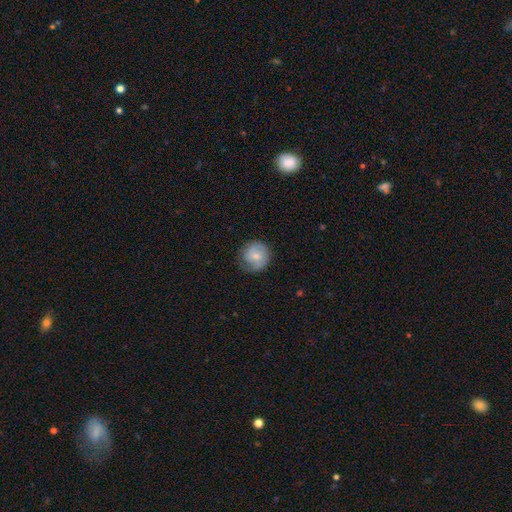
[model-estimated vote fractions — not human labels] Overall: smooth (60%; featured or disk 33%). How rounded: round (90%). Merging: none (74%).